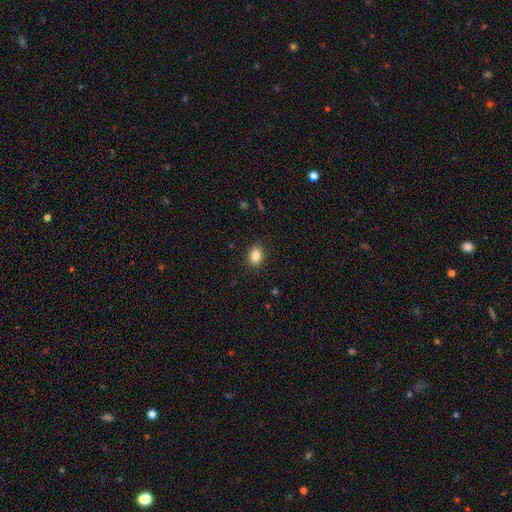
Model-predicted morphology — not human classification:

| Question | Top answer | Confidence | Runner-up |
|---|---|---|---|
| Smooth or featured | smooth | 86% | star or artifact (9%) |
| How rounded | in between | 71% | round (28%) |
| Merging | none | 87% | minor disturbance (9%) |